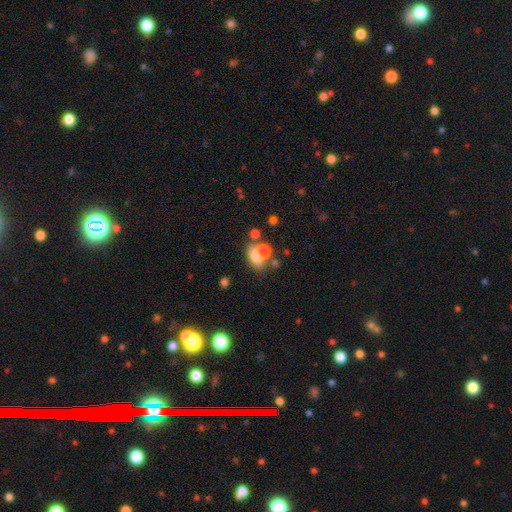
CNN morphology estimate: This is likely a smooth galaxy (68%). How rounded: likely in between (74%). Merging: marginally merger (41%).